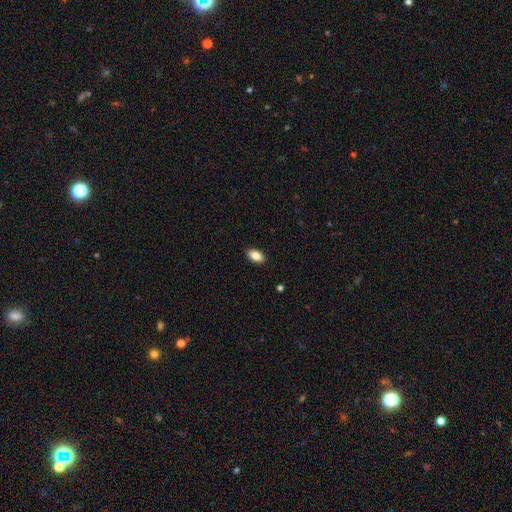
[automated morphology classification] smooth 86%, star or artifact 8%, featured or disk 6%. Down the decision tree: how rounded — in between (92%); merging — none (90%).